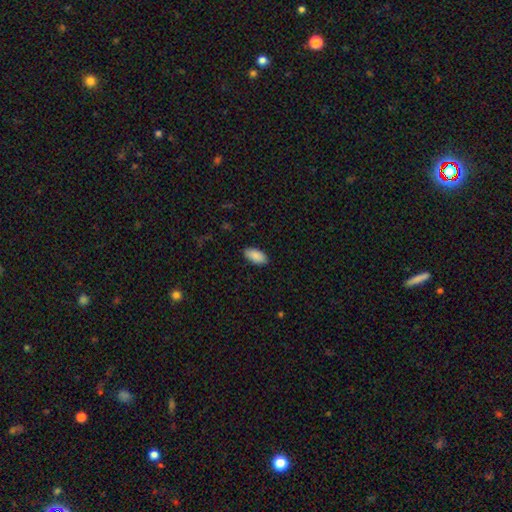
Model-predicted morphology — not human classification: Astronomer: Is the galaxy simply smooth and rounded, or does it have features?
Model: smooth — 89%.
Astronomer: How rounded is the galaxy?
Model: in between — 94%.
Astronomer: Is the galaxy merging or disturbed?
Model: none — 88%.